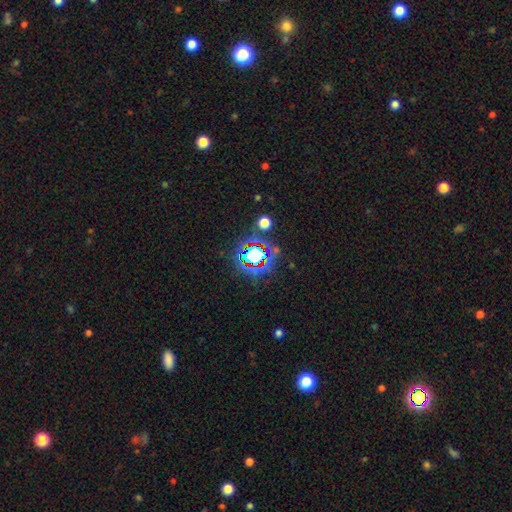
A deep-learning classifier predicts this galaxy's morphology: Smooth or featured?
  - star or artifact: 68% *
  - smooth: 20%
  - featured or disk: 13%